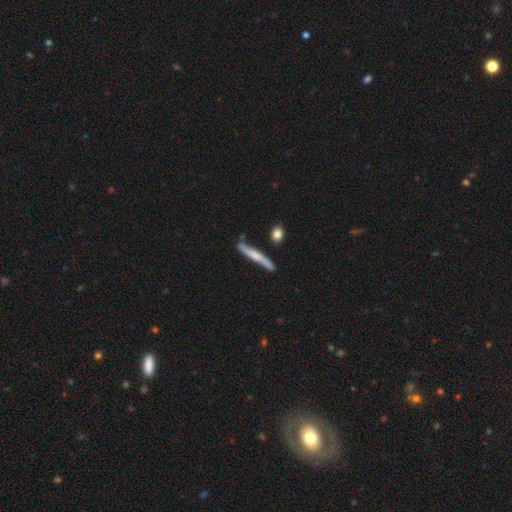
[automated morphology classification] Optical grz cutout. It shows a featured or disk galaxy (52%) viewed edge-on (83%). Merging: none (70%).